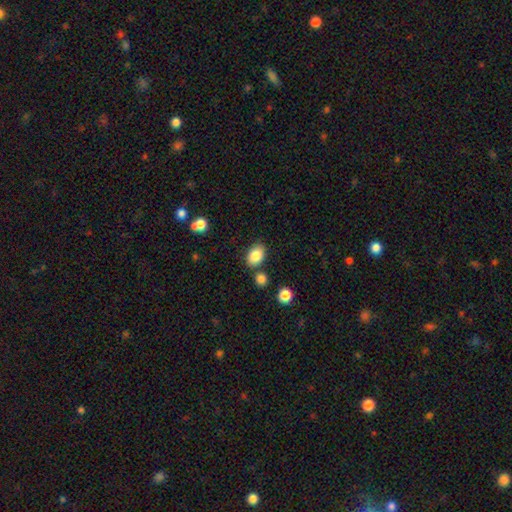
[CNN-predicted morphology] Smooth or featured? smooth (86%)
How rounded? in between (82%)
Merging? none (78%)